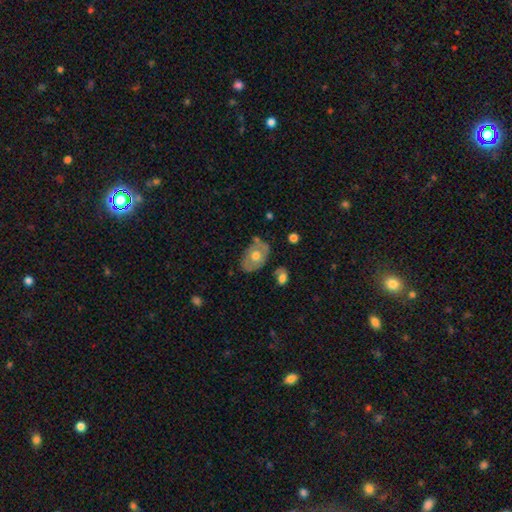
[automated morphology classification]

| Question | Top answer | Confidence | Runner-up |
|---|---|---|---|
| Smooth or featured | featured or disk | 50% | smooth (44%) |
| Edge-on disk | no | 91% | yes (9%) |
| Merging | none | 66% | minor disturbance (22%) |